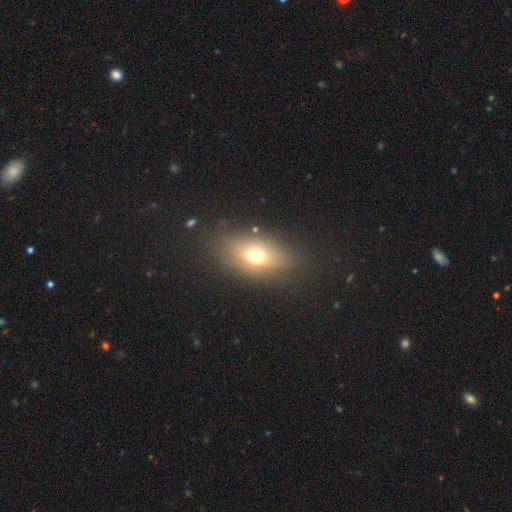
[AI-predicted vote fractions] This is likely a smooth galaxy (63%). How rounded: likely in between (76%). Merging: likely none (80%).